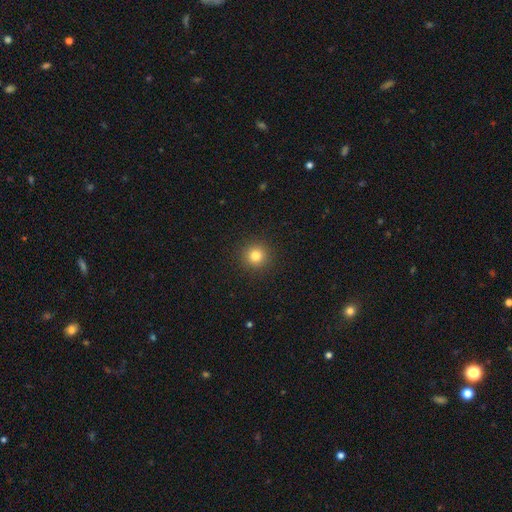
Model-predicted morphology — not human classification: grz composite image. It shows a smooth galaxy with no disk features (81%) that is round (95%). Merging: none (92%).